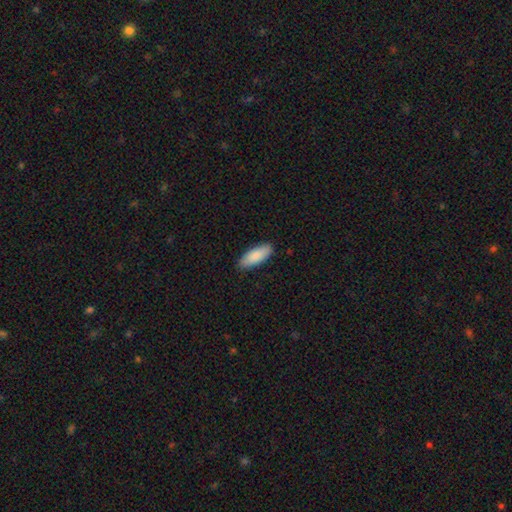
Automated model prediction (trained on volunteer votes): smooth 88%, featured or disk 6%, star or artifact 5%. Down the decision tree: how rounded — in between (75%); merging — none (88%).